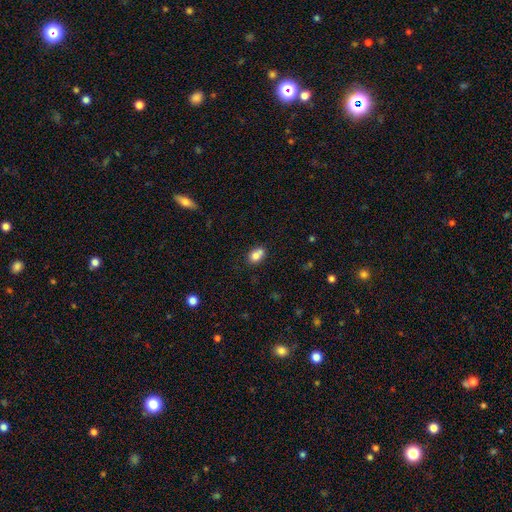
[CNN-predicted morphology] This is likely a smooth galaxy (77%). How rounded: possibly in between (56%). Merging: marginally none (42%).